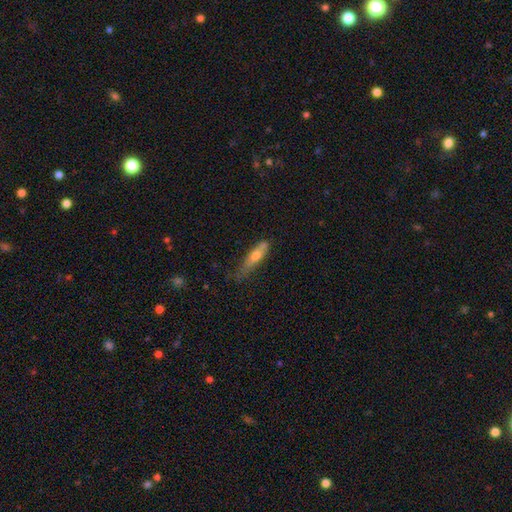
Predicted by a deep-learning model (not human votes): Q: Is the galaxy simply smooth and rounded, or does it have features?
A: smooth — 62%.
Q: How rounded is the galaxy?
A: cigar-shaped — 69%.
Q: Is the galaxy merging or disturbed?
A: none — 43%.